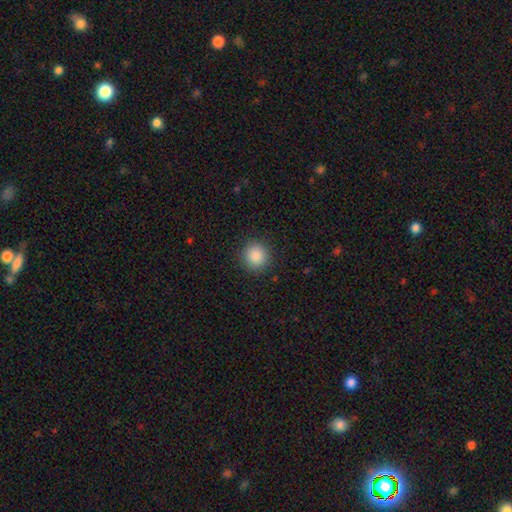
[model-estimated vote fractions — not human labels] smooth-or-featured: smooth: 87% | star or artifact: 10% | featured or disk: 3%
  how-rounded: round: 93% | in between: 6% | cigar-shaped: 1%
  merging: none: 90% | minor disturbance: 6% | major disturbance: 2% | merger: 1%